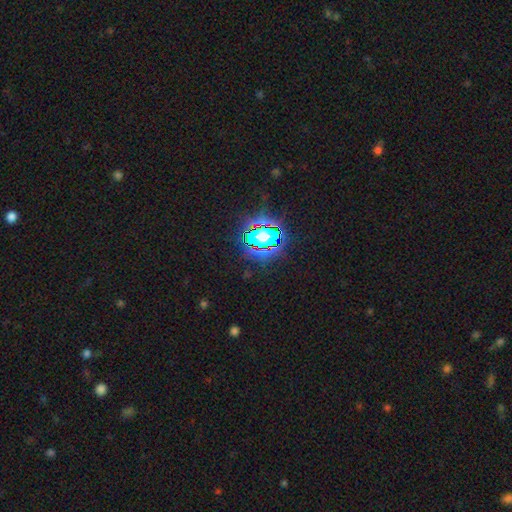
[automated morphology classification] Smooth or featured? star or artifact (80%)